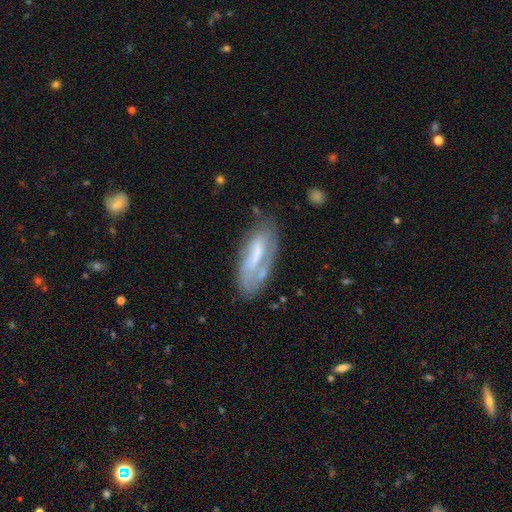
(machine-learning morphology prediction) type=featured or disk (51%); edge-on=no (83%); merging=none (56%).